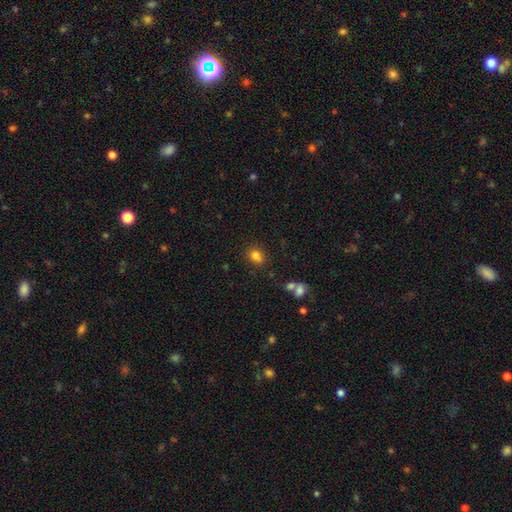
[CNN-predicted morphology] This appears to be a smooth galaxy with no disk features (81%) that is round (50%). Merging: none (74%).